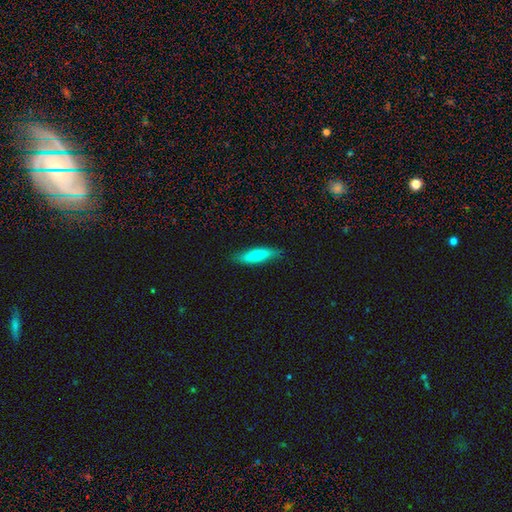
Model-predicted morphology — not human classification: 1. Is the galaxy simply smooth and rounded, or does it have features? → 73% smooth, 21% featured or disk, 6% star or artifact.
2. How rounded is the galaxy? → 69% cigar-shaped, 30% in between, 2% round.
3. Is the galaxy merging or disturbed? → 83% none, 13% minor disturbance, 2% major disturbance, 1% merger.